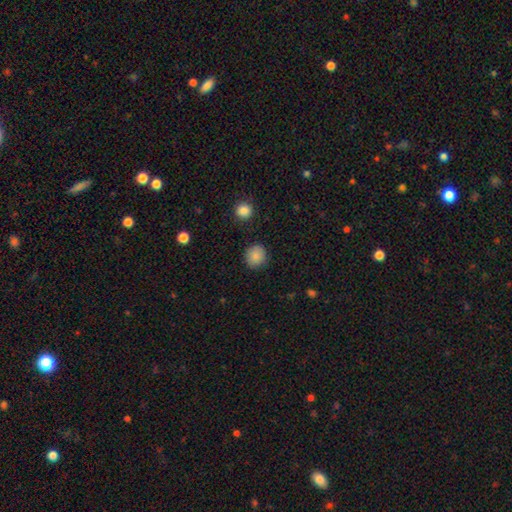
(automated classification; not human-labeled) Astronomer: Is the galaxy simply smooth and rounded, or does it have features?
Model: smooth — 86%.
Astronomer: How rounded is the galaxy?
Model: round — 87%.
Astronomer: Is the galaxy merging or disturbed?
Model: none — 88%.